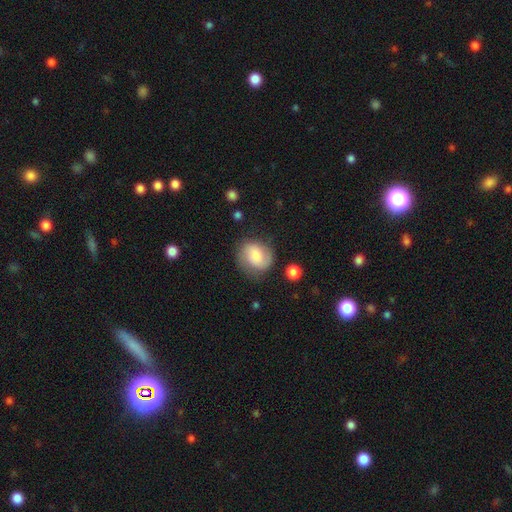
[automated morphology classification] smooth_or_featured: smooth (p=0.53) [alt: featured or disk p=0.39]
how_rounded: round (p=0.70) [alt: in between p=0.29]
merging: none (p=0.70) [alt: minor disturbance p=0.20]